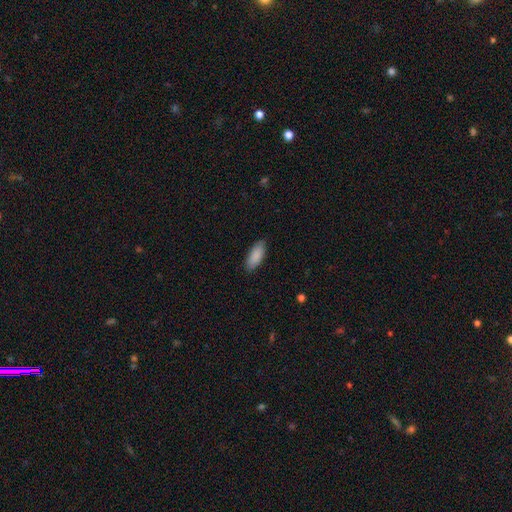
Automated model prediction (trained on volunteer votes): Overall: smooth (89%). How rounded: in between (79%). Merging: none (86%).